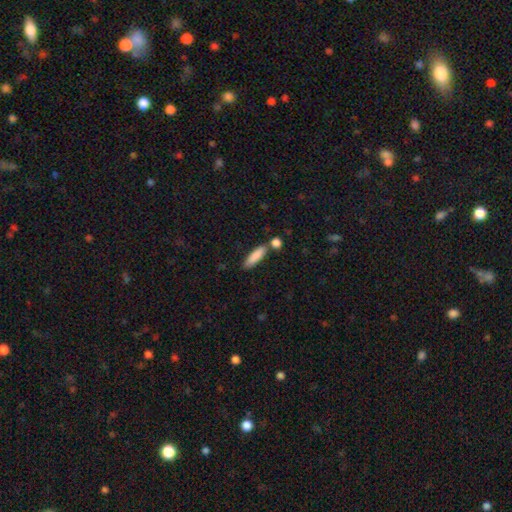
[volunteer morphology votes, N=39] Q: Smooth or featured?
A: smooth (90%); runner-up: featured or disk (10%)
Q: How rounded?
A: cigar-shaped (71%); runner-up: in between (26%)
Q: Merging?
A: none (54%); runner-up: merger (33%)